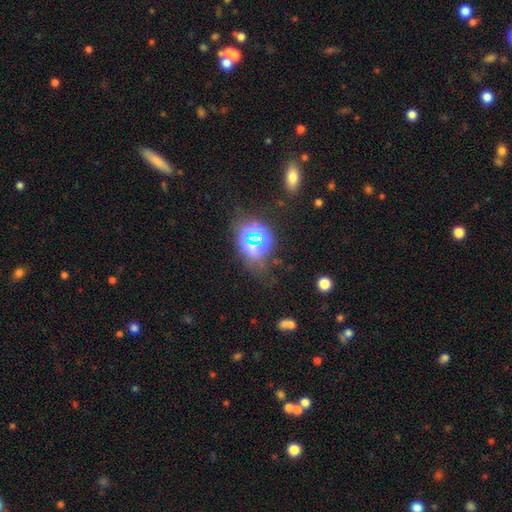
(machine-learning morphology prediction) This appears to be a star or artifact, not a galaxy (61%).